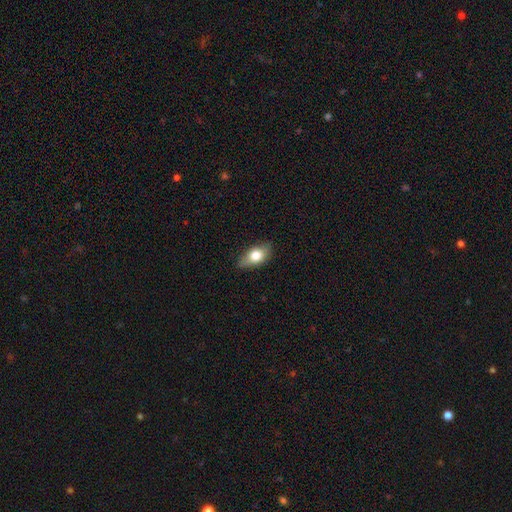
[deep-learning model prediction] Smooth or featured: smooth — 69% (featured or disk — 24%)
How rounded: in between — 83% (round — 9%)
Merging: none — 78% (minor disturbance — 18%)